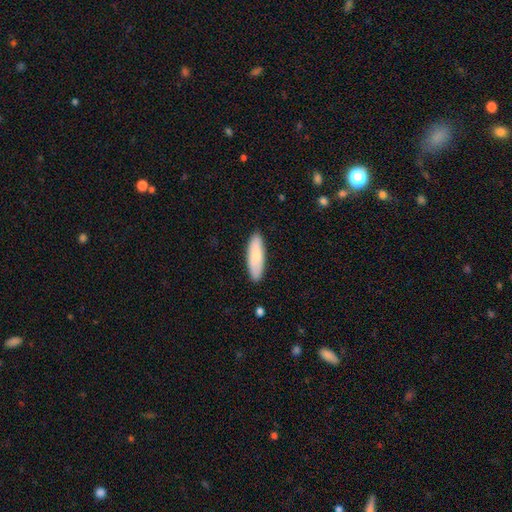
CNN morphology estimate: smooth_or_featured: smooth (p=0.81) [alt: featured or disk p=0.14]
how_rounded: cigar-shaped (p=0.51) [alt: in between p=0.47]
merging: none (p=0.88) [alt: minor disturbance p=0.09]